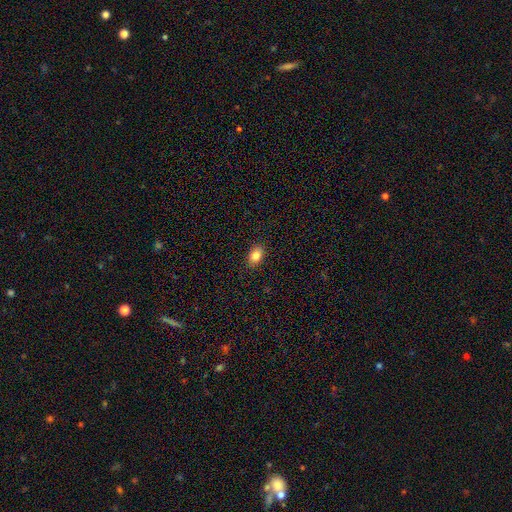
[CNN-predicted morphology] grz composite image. It shows a smooth galaxy with no disk features (84%) that is in between round and cigar-shaped (84%). Merging: none (89%).